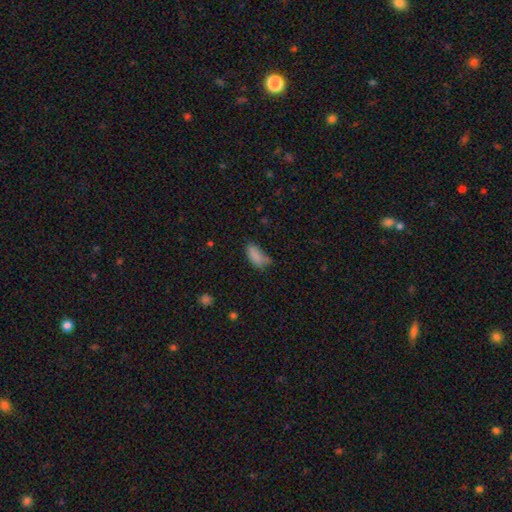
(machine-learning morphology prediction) Smooth or featured? smooth (82%)
How rounded? in between (87%)
Merging? none (44%)